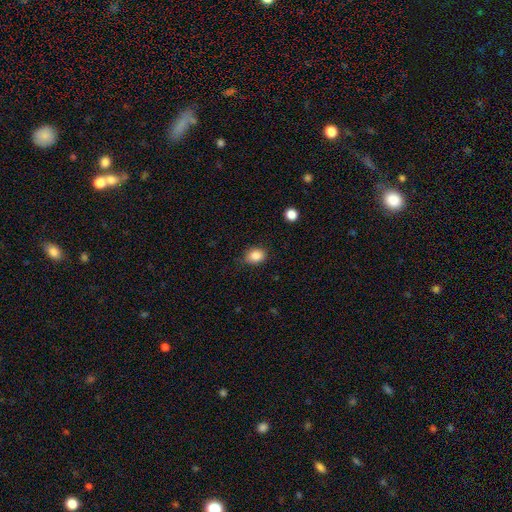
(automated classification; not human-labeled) Overall: smooth (86%). How rounded: in between (52%; round 47%). Merging: none (78%).